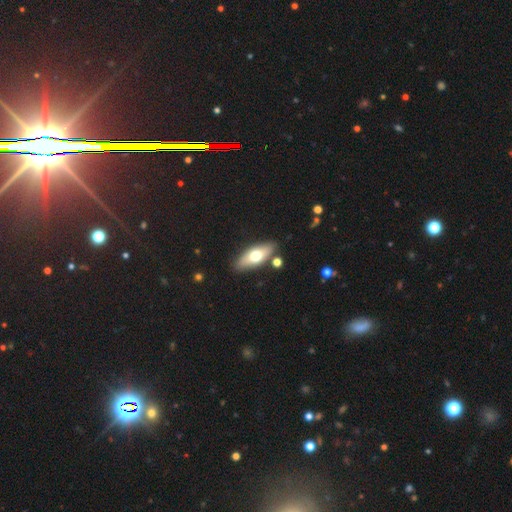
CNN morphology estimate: smooth_or_featured: smooth (p=0.58) [alt: featured or disk p=0.35]
how_rounded: in between (p=0.71) [alt: cigar-shaped p=0.26]
merging: none (p=0.85) [alt: minor disturbance p=0.09]